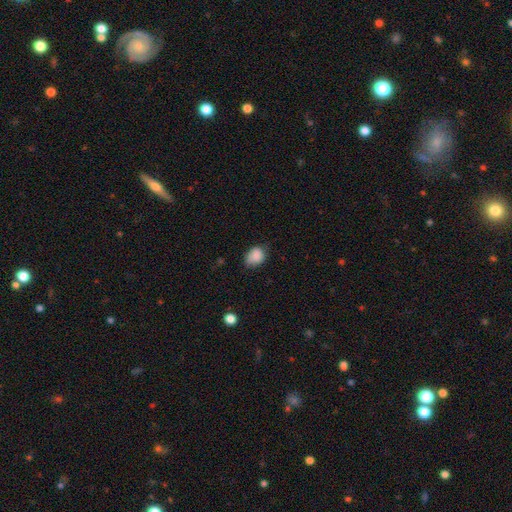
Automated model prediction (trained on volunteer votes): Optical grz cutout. It shows a smooth galaxy with no disk features (86%) that is in between round and cigar-shaped (67%). Merging: none (58%).